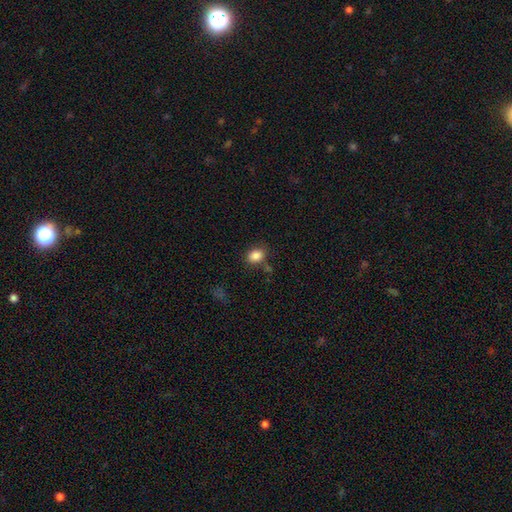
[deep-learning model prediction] A smooth galaxy with no disk features (85%) that is in between round and cigar-shaped (56%).

Vote fractions:
- Smooth or featured? smooth: 85% / star or artifact: 10% / featured or disk: 5%
- How rounded? in between: 56% / round: 43% / cigar-shaped: 1%
- Merging? none: 71% / minor disturbance: 17% / merger: 7% / major disturbance: 5%